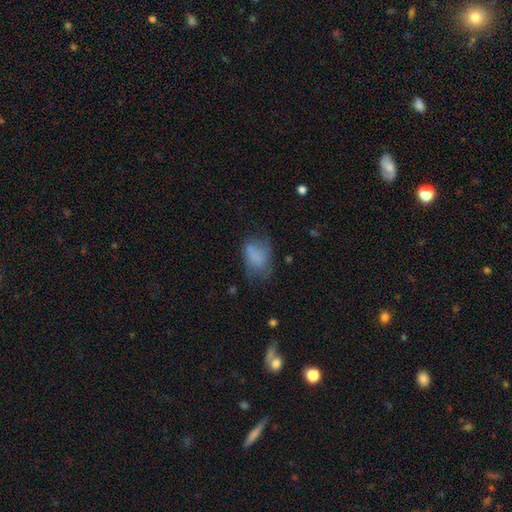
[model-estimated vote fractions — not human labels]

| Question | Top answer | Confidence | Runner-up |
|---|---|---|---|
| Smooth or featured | smooth | 72% | featured or disk (17%) |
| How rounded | in between | 85% | round (13%) |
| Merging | none | 42% | minor disturbance (31%) |